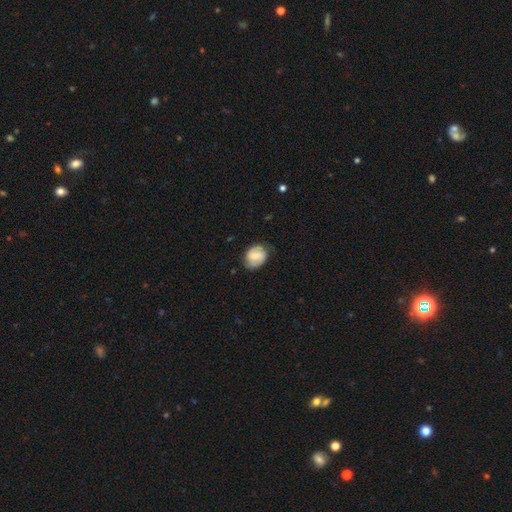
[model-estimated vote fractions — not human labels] Smooth or featured: smooth — 48% (featured or disk — 45%)
Merging: none — 71% (minor disturbance — 22%)